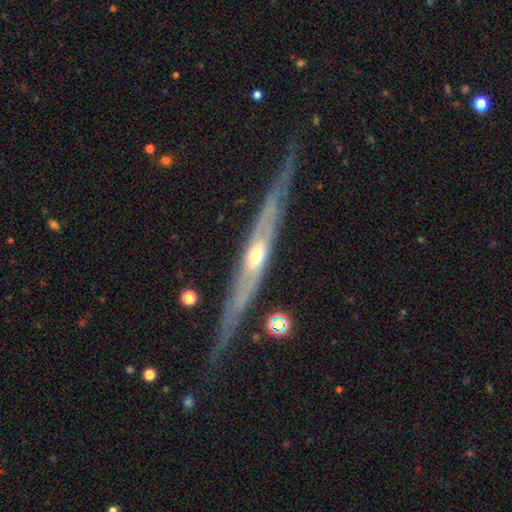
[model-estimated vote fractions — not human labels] Overall: featured or disk (77%). Edge-on disk: yes (81%). Edge-on bulge: rounded (71%). Merging: none (75%).